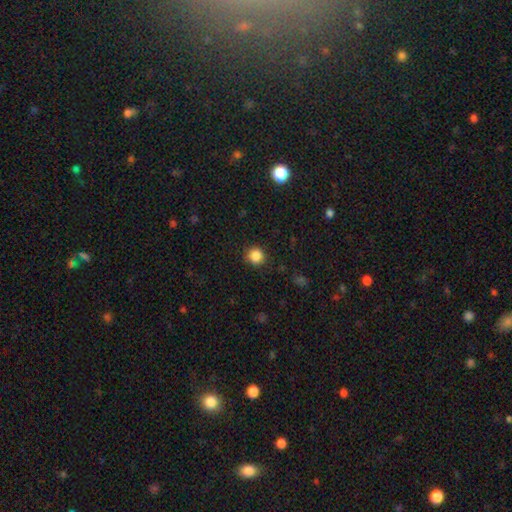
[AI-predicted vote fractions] smooth 86%, star or artifact 11%, featured or disk 3%. Down the decision tree: how rounded — round (92%); merging — none (89%).